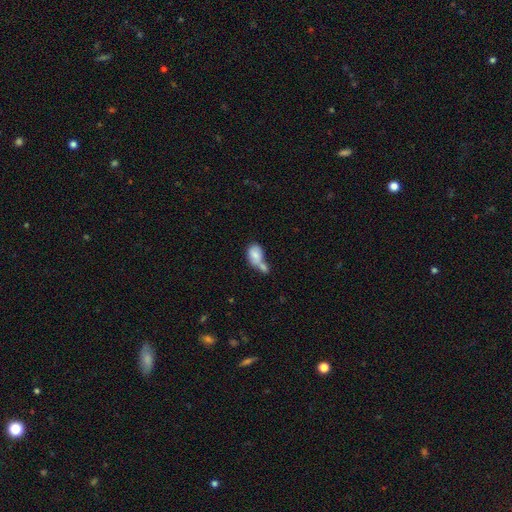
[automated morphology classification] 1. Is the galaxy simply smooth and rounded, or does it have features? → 74% smooth, 18% featured or disk, 8% star or artifact.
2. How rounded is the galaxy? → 78% in between, 20% round, 2% cigar-shaped.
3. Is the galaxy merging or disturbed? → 63% merger, 19% none, 12% minor disturbance, 7% major disturbance.